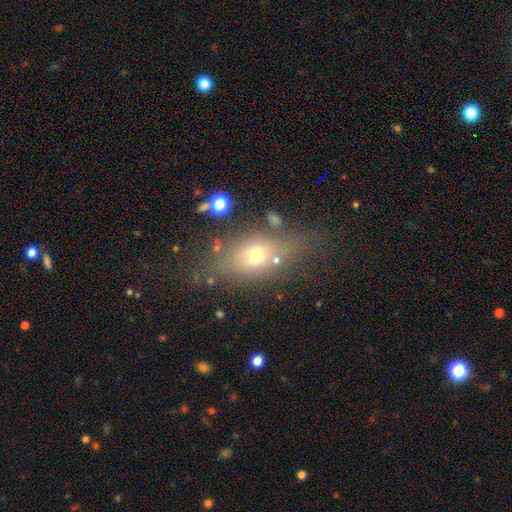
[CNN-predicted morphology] Smooth or featured?
  - smooth: 58% *
  - featured or disk: 27%
  - star or artifact: 15%
How rounded?
  - in between: 71% *
  - round: 18%
  - cigar-shaped: 12%
Merging?
  - none: 64% *
  - minor disturbance: 18%
  - major disturbance: 11%
  - merger: 7%